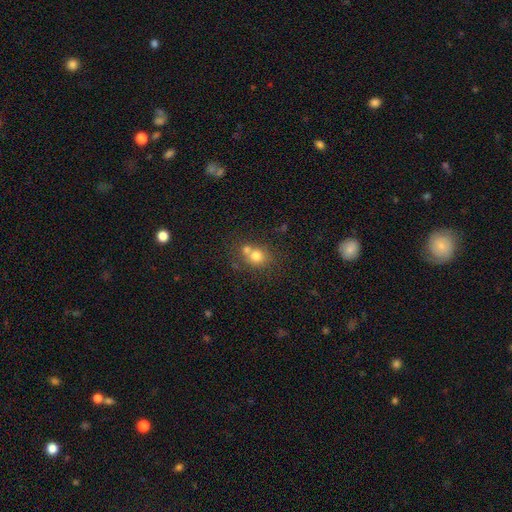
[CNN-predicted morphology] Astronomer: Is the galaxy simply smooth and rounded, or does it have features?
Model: smooth — 75%.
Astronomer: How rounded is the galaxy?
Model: round — 74%.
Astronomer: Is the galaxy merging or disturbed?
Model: none — 44% (runner-up: merger, 43%).